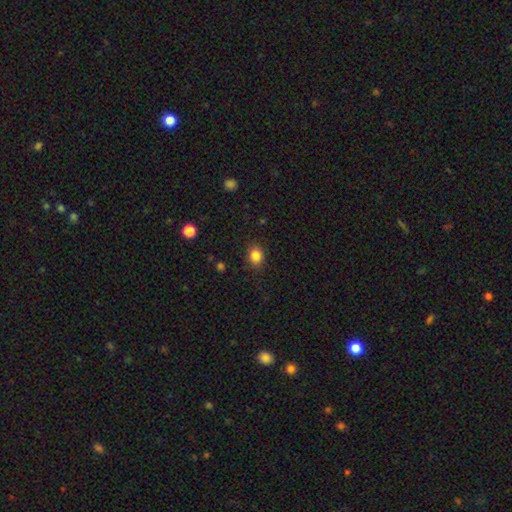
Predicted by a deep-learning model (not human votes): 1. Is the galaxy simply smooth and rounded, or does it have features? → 85% smooth, 11% star or artifact, 5% featured or disk.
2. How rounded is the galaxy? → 57% round, 42% in between, 1% cigar-shaped.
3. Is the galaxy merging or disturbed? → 85% none, 11% minor disturbance, 3% major disturbance, 1% merger.